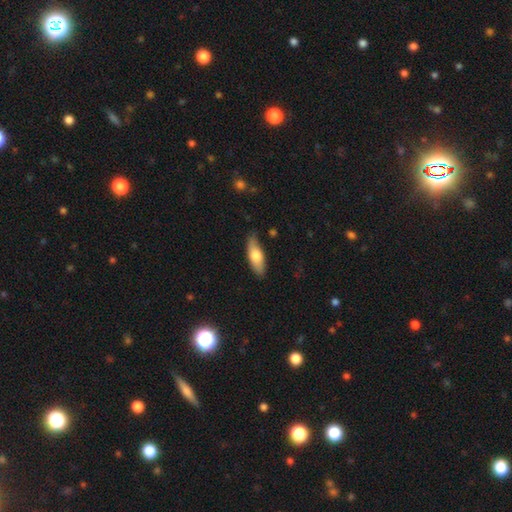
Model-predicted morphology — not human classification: The model was most divided on "how rounded": in between: 62%, cigar-shaped: 36%, round: 2%. More confident: merging — none (79%); smooth or featured — smooth (69%).